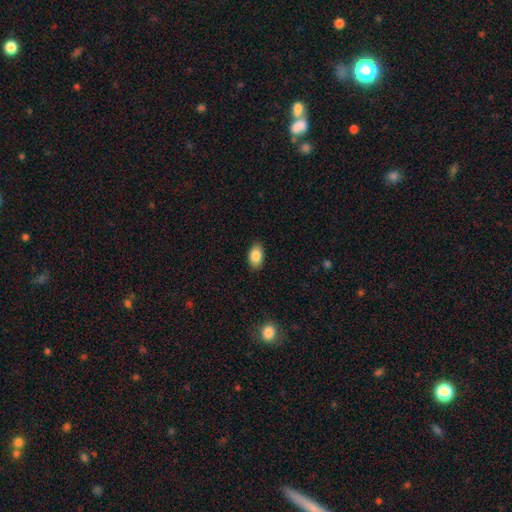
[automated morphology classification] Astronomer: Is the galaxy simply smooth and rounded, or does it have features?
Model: smooth — 86%.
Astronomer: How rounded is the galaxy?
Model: in between — 91%.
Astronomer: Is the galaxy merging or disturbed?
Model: none — 87%.